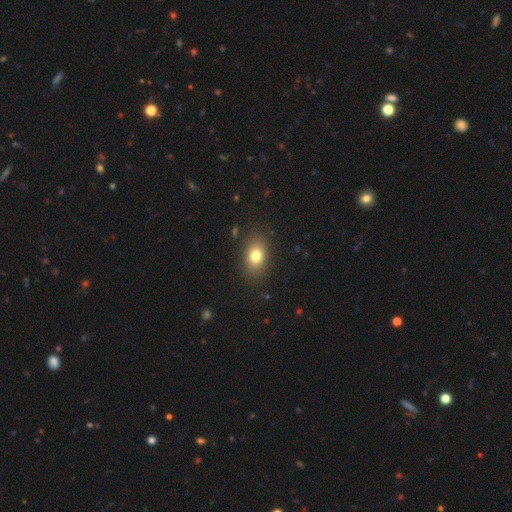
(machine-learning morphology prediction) Smooth or featured?
  - smooth: 78% *
  - featured or disk: 11%
  - star or artifact: 11%
How rounded?
  - in between: 76% *
  - round: 22%
  - cigar-shaped: 2%
Merging?
  - none: 85% *
  - minor disturbance: 10%
  - major disturbance: 4%
  - merger: 1%